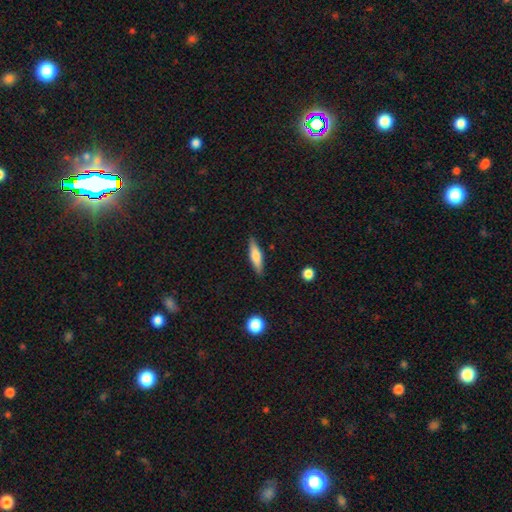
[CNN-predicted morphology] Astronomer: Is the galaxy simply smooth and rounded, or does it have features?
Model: smooth — 65%.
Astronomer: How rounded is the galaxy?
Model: cigar-shaped — 72%.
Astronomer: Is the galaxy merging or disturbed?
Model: none — 87%.